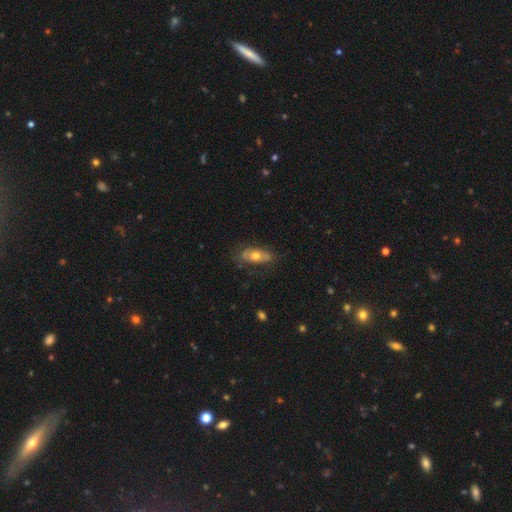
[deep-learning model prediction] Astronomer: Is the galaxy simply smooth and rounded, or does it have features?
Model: smooth — 52% (runner-up: featured or disk, 41%).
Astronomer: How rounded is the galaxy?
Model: in between — 83%.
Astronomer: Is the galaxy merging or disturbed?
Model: none — 67%.